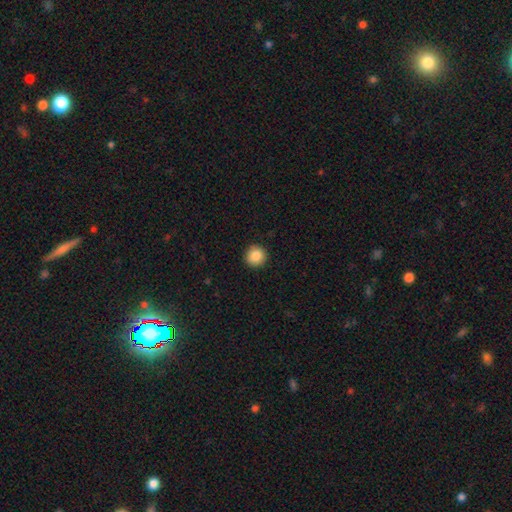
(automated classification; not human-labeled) Morphology: type=smooth (86%); roundness=round (94%); merging=none (92%).